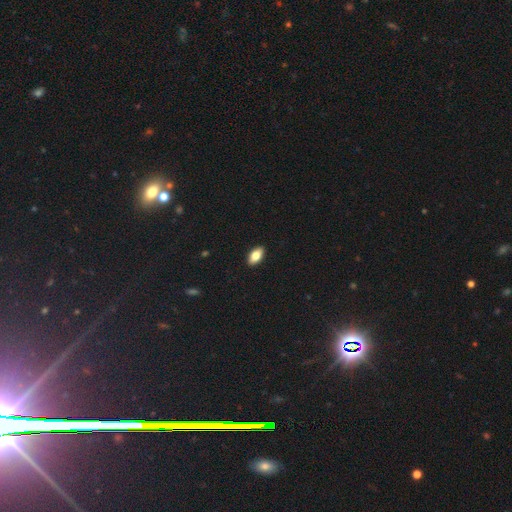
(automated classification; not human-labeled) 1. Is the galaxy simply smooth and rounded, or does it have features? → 80% smooth, 13% featured or disk, 7% star or artifact.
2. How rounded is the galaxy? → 92% in between, 5% cigar-shaped, 4% round.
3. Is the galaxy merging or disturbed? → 91% none, 6% minor disturbance, 1% major disturbance, 1% merger.